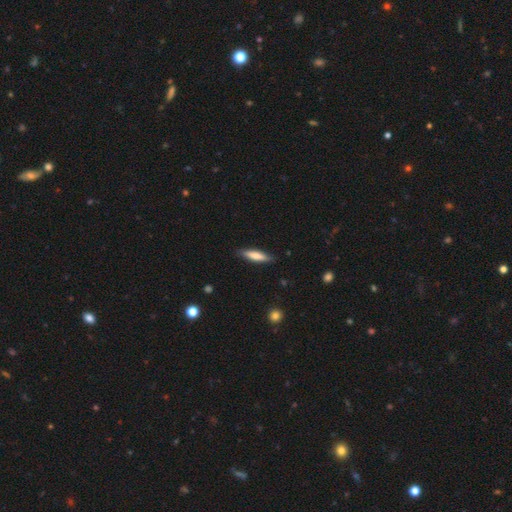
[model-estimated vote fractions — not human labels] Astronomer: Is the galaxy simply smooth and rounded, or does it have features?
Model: smooth — 72%.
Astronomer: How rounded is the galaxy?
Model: cigar-shaped — 74%.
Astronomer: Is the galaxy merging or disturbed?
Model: none — 88%.